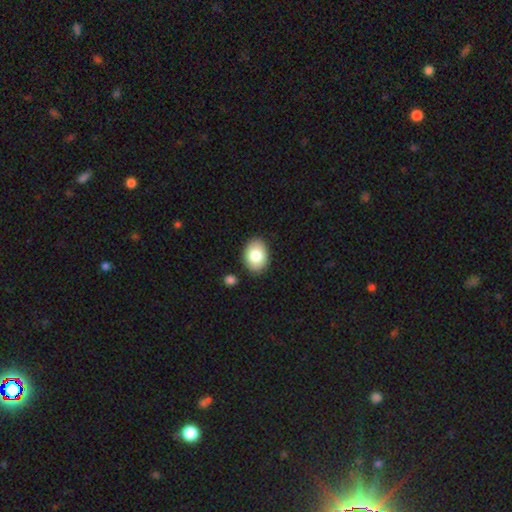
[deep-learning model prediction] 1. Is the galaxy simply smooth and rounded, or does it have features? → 82% smooth, 11% featured or disk, 7% star or artifact.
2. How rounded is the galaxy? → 75% in between, 24% round, 1% cigar-shaped.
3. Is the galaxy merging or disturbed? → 86% none, 9% minor disturbance, 3% merger, 2% major disturbance.